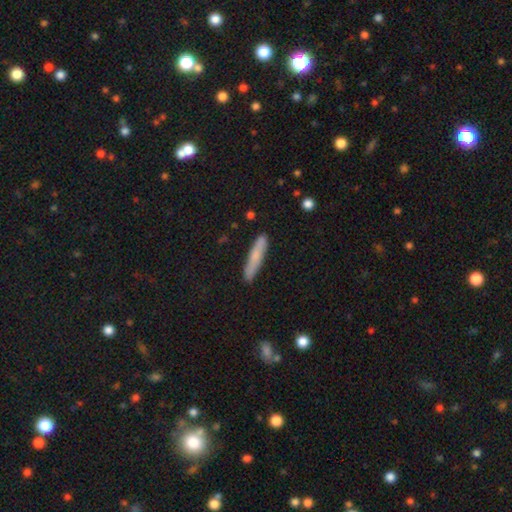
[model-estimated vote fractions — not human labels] Morphology: type=smooth (73%); roundness=cigar-shaped (92%); merging=none (88%).